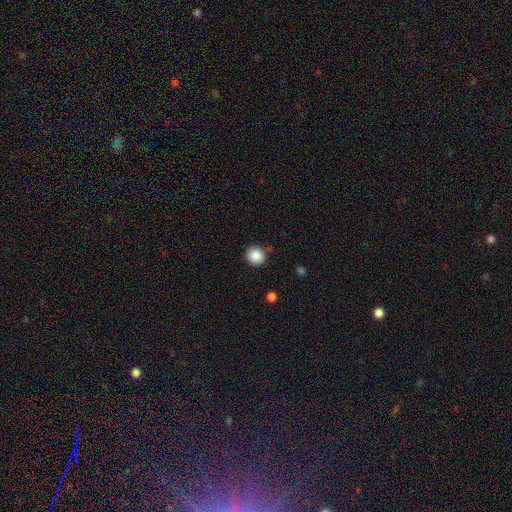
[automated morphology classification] Overall: smooth (87%). How rounded: round (92%). Merging: none (88%).